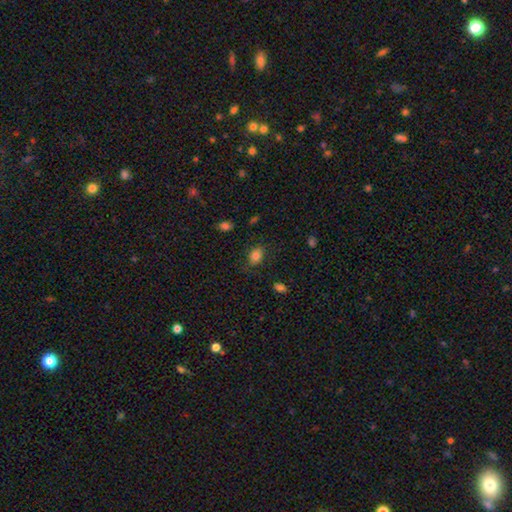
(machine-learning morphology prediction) smooth_or_featured: smooth (p=0.83) [alt: star or artifact p=0.10]
how_rounded: in between (p=0.76) [alt: round p=0.23]
merging: none (p=0.75) [alt: minor disturbance p=0.18]